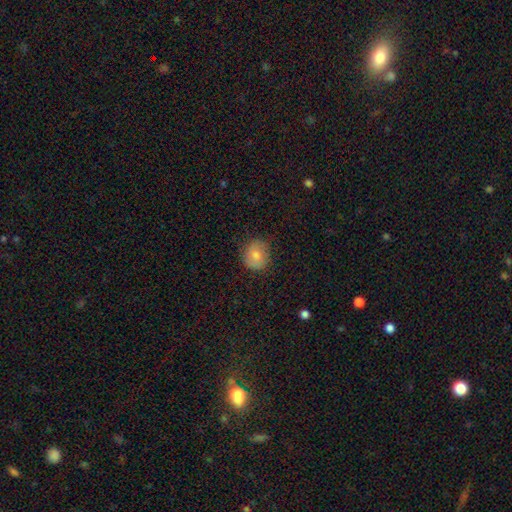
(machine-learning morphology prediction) Smooth or featured? smooth (77%)
How rounded? round (76%)
Merging? none (78%)